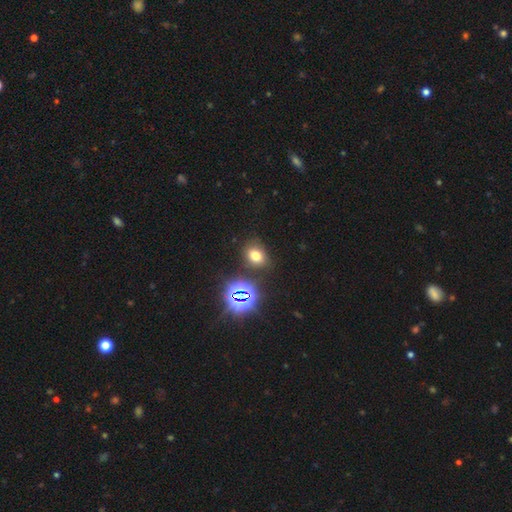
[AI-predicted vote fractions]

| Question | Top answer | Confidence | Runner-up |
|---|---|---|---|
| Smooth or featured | smooth | 67% | star or artifact (24%) |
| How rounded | in between | 55% | round (44%) |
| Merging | none | 79% | minor disturbance (12%) |